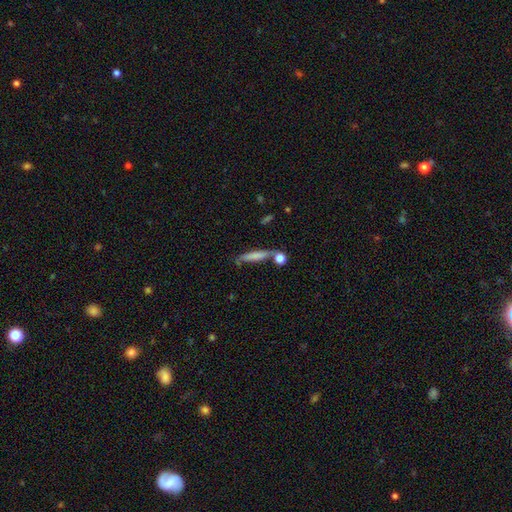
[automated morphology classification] Q: Smooth or featured?
A: smooth (69%); runner-up: featured or disk (23%)
Q: How rounded?
A: cigar-shaped (86%); runner-up: in between (11%)
Q: Merging?
A: none (62%); runner-up: merger (16%)